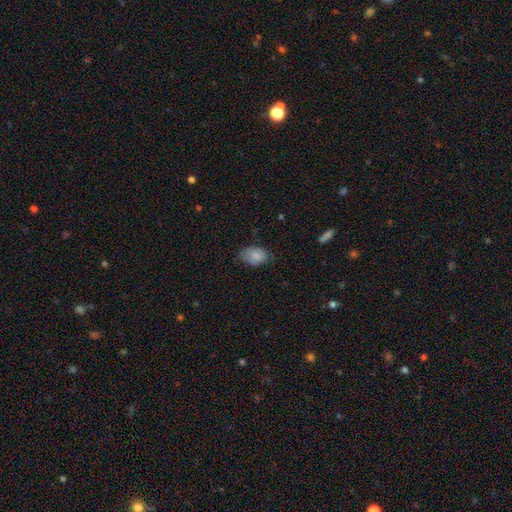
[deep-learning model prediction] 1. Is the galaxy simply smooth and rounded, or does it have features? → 83% smooth, 10% featured or disk, 8% star or artifact.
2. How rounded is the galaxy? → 87% in between, 12% round, 1% cigar-shaped.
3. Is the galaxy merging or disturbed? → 60% none, 31% minor disturbance, 7% major disturbance, 1% merger.